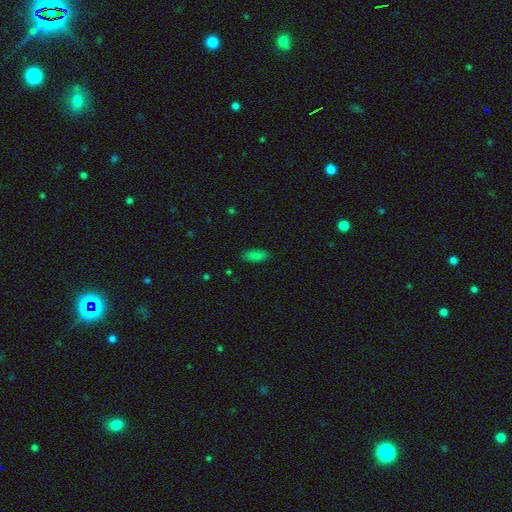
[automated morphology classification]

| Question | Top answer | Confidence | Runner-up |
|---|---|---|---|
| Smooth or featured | smooth | 84% | star or artifact (10%) |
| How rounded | in between | 81% | cigar-shaped (16%) |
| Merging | none | 85% | minor disturbance (11%) |